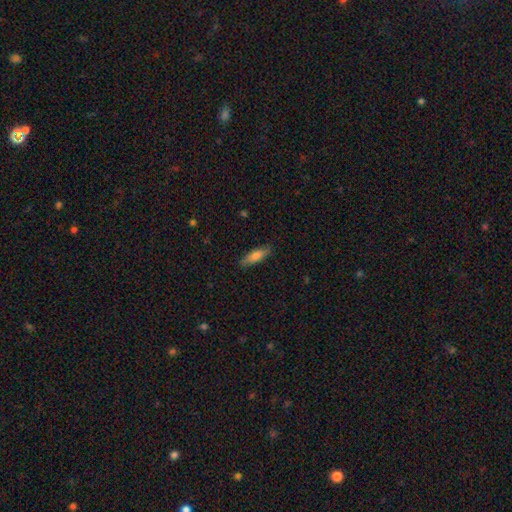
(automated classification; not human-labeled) Smooth or featured? Predicted: smooth (p=0.71). How rounded? Predicted: cigar-shaped (p=0.59). Merging? Predicted: none (p=0.86).